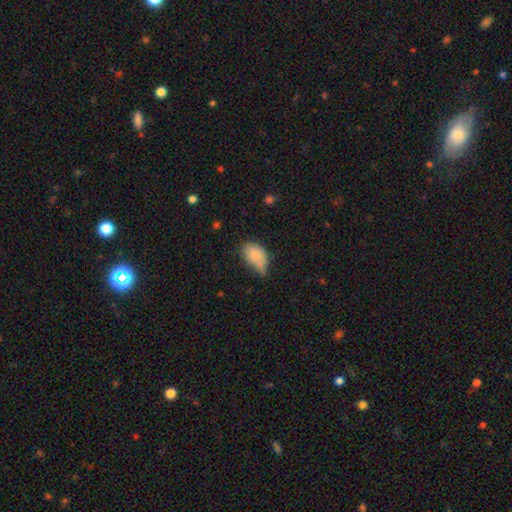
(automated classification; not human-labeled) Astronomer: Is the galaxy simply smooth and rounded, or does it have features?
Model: smooth — 79%.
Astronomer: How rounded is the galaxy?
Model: in between — 85%.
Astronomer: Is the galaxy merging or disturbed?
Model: minor disturbance — 45% (runner-up: none, 33%).